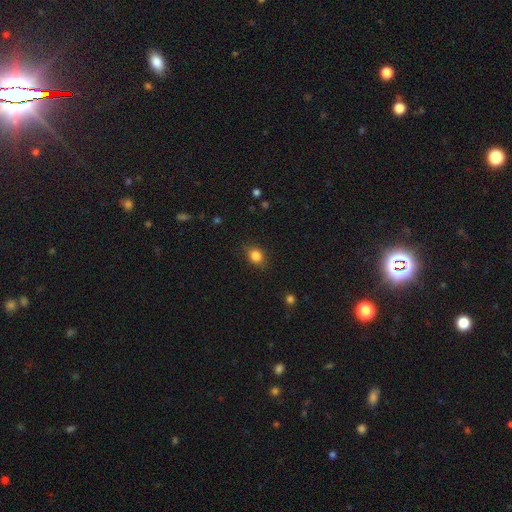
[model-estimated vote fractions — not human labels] Smooth or featured: smooth — 84% (star or artifact — 11%)
How rounded: round — 59% (in between — 40%)
Merging: none — 82% (minor disturbance — 13%)